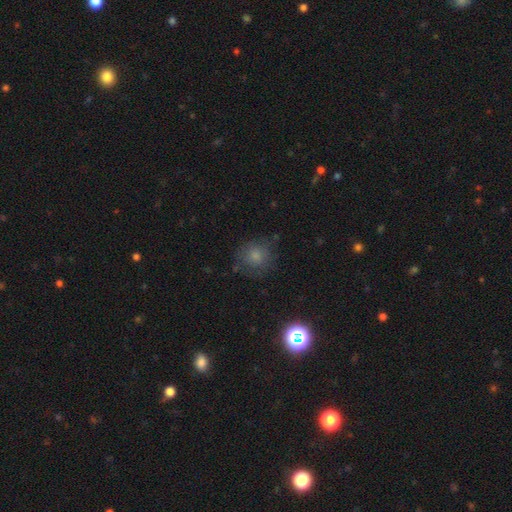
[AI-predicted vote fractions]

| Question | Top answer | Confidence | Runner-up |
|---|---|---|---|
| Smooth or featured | smooth | 76% | star or artifact (12%) |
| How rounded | round | 88% | in between (11%) |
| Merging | none | 73% | minor disturbance (18%) |